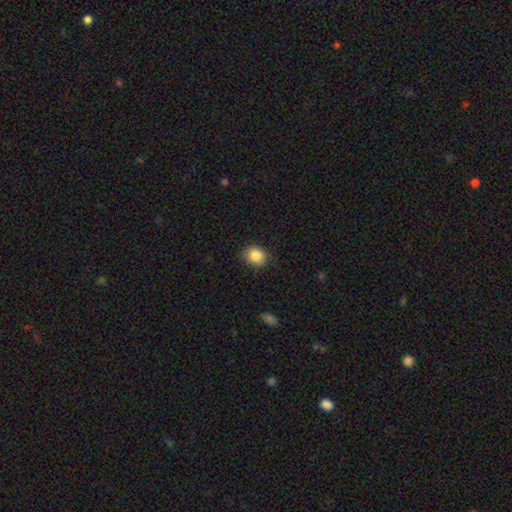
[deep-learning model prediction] This appears to be a smooth galaxy with no disk features (86%) that is round (64%). Merging: none (87%).